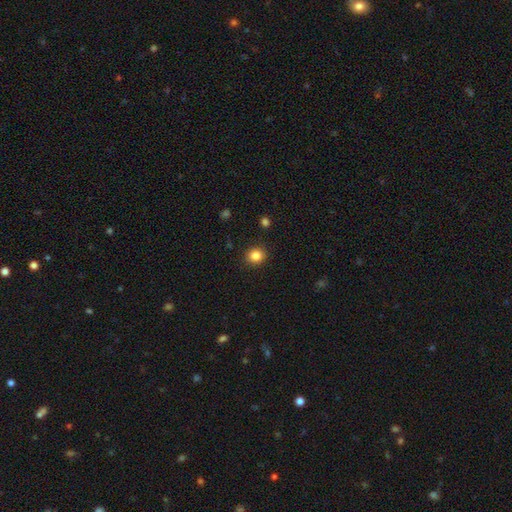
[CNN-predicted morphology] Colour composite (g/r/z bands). It shows a smooth galaxy with no disk features (84%) that is round (82%). Merging: none (90%).